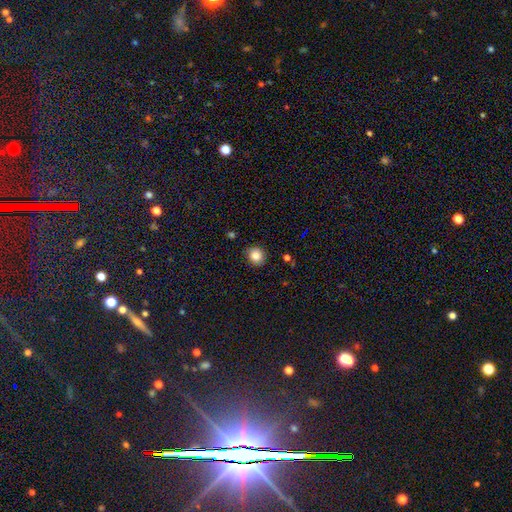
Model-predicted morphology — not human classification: Smooth or featured? smooth (84%)
How rounded? round (82%)
Merging? none (88%)